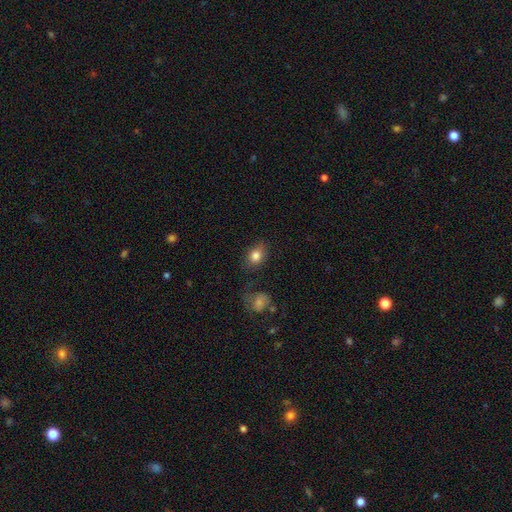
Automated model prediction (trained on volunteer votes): Morphology: type=smooth (81%); roundness=in between (67%); merging=none (69%).